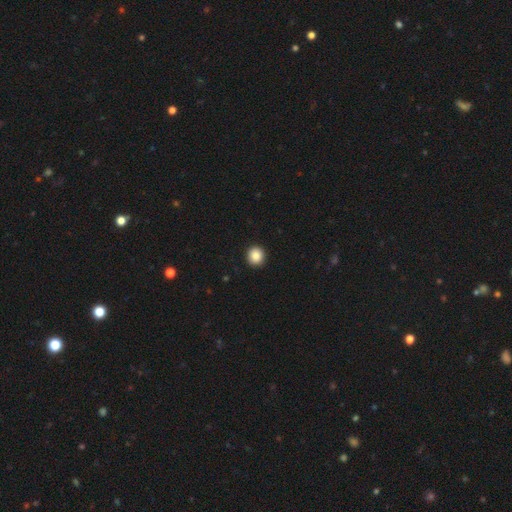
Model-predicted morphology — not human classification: Overall: smooth (87%). How rounded: round (91%). Merging: none (93%).